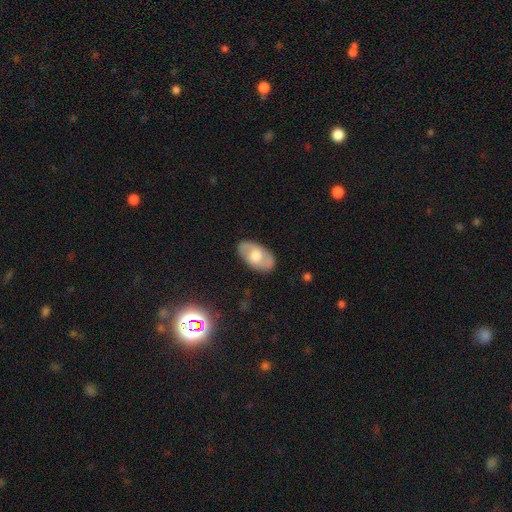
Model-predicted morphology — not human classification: This is possibly a smooth galaxy (51%). How rounded: clearly in between (94%). Merging: clearly none (83%).